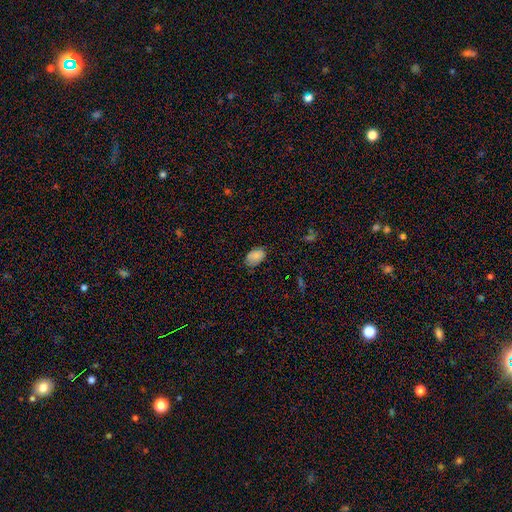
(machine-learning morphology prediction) A smooth galaxy with no disk features (81%) that is in between round and cigar-shaped (89%). Merging: none (74%).